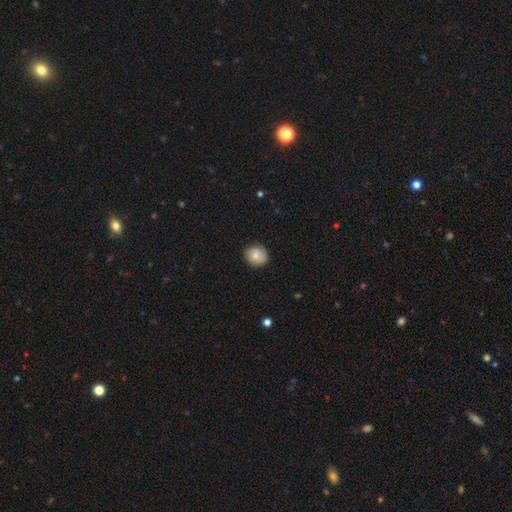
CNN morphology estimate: type=smooth (78%); roundness=round (84%); merging=none (84%).